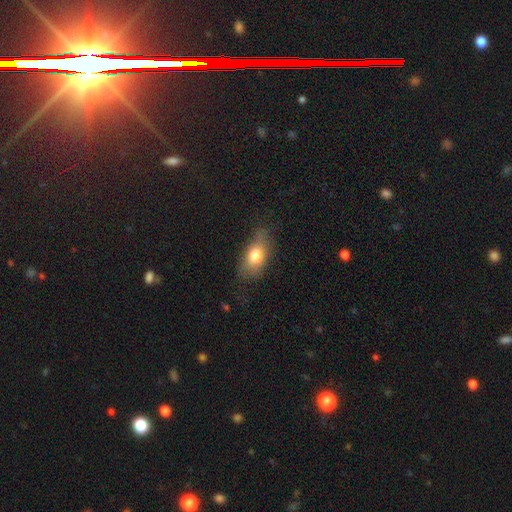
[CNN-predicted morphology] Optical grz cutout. It shows a smooth galaxy with no disk features (73%) that is in between round and cigar-shaped (84%). Merging: none (66%).